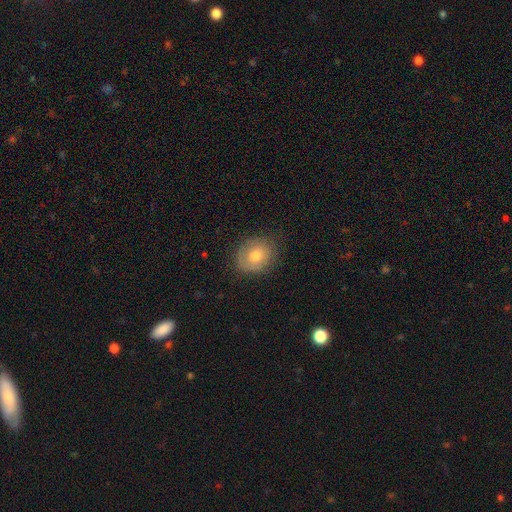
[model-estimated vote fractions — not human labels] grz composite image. It shows a smooth galaxy with no disk features (65%) that is round (64%). Merging: none (78%).